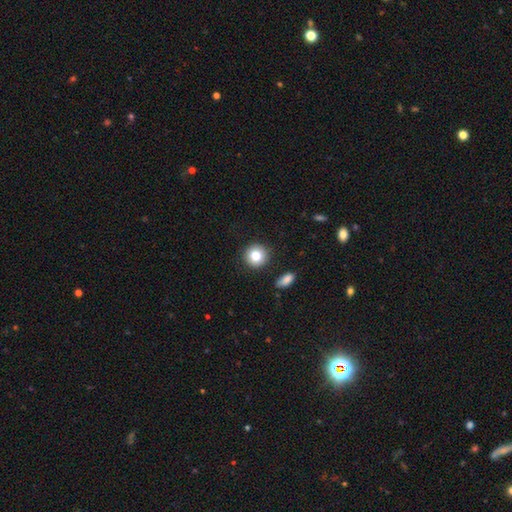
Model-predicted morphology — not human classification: smooth_or_featured: smooth (p=0.81) [alt: star or artifact p=0.10]
how_rounded: round (p=0.92) [alt: in between p=0.07]
merging: none (p=0.88) [alt: minor disturbance p=0.07]